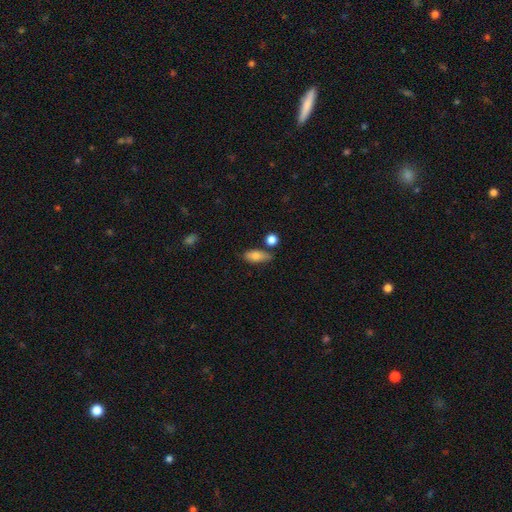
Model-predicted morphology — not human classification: A smooth galaxy with no disk features (79%) that is in between round and cigar-shaped (77%). Merging: none (65%).